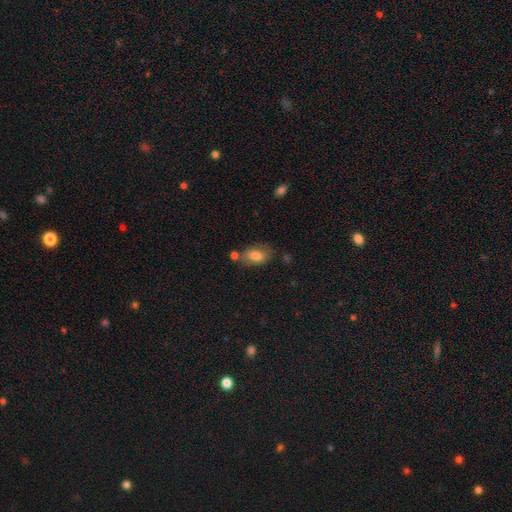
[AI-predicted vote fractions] Smooth or featured? Predicted: smooth (p=0.76). How rounded? Predicted: in between (p=0.90). Merging? Predicted: none (p=0.62).